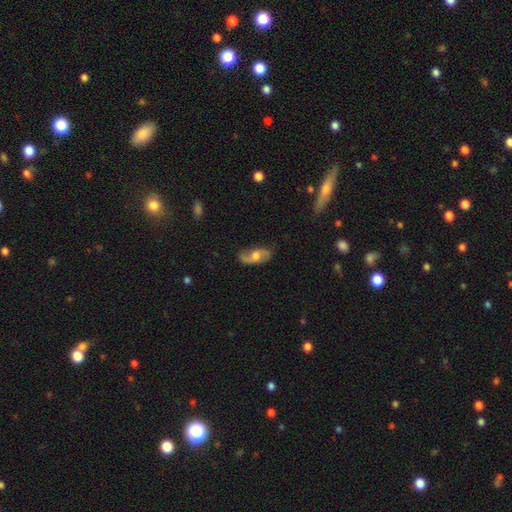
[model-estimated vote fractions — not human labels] Smooth or featured: featured or disk — 60% (smooth — 33%)
Edge-on disk: no — 89% (yes — 11%)
Bar: no — 60% (weak — 34%)
Spiral arms: yes — 85% (no — 15%)
Bulge size: moderate — 55% (large — 25%)
Merging: none — 70% (minor disturbance — 21%)